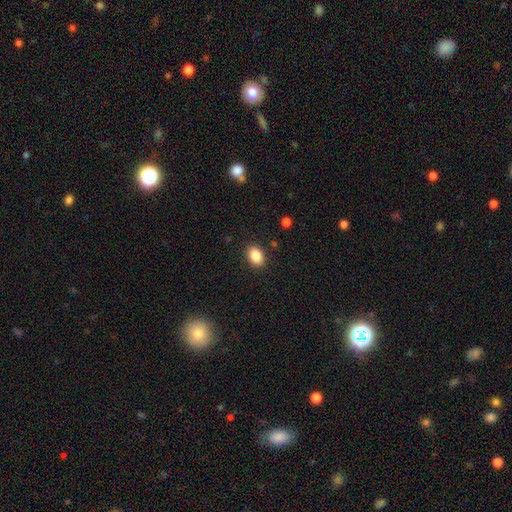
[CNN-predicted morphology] Smooth or featured? Predicted: smooth (p=0.87). How rounded? Predicted: in between (p=0.80). Merging? Predicted: none (p=0.88).